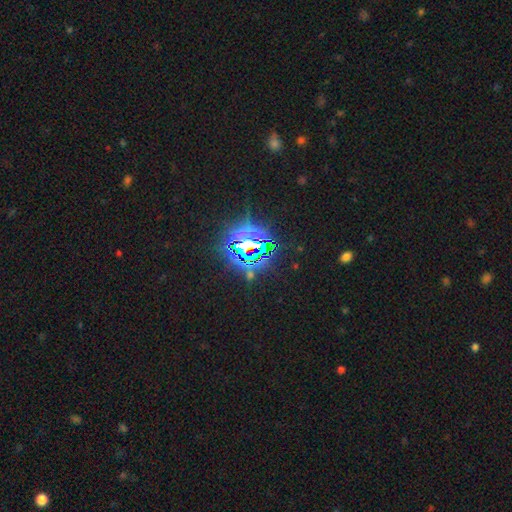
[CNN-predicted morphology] star or artifact 82%, smooth 10%, featured or disk 8%.